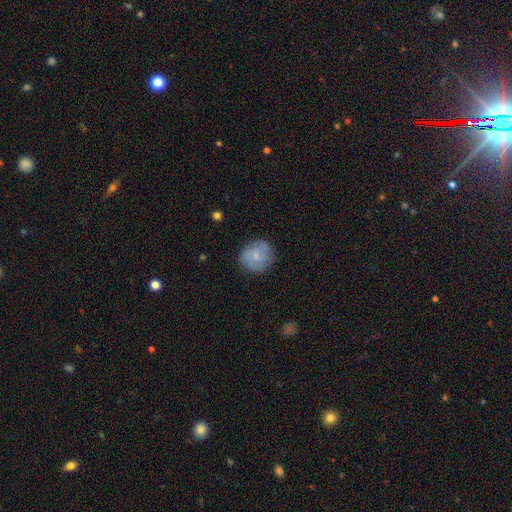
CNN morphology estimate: smooth-or-featured: smooth: 56% | featured or disk: 36% | star or artifact: 7%
  how-rounded: round: 85% | in between: 14% | cigar-shaped: 1%
  merging: none: 80% | minor disturbance: 14% | major disturbance: 4% | merger: 1%